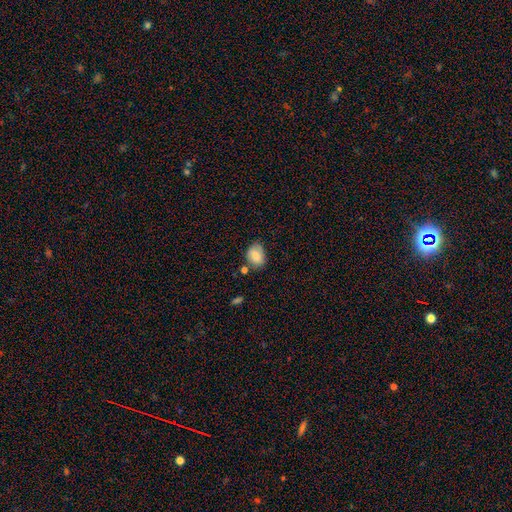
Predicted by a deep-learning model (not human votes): This appears to be a smooth galaxy with no disk features (81%) that is in between round and cigar-shaped (68%). Merging: none (62%).